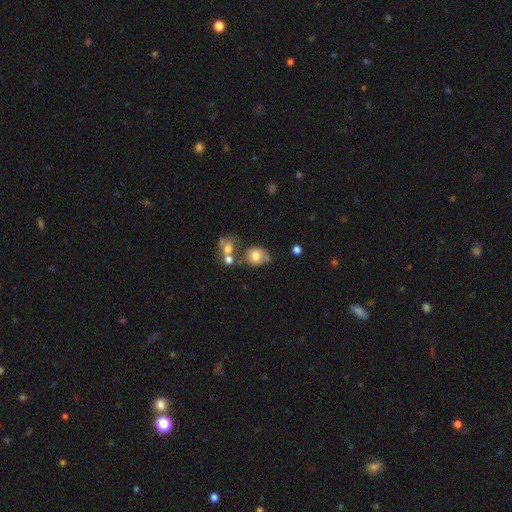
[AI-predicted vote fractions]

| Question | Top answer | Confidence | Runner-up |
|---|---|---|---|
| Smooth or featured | smooth | 69% | featured or disk (21%) |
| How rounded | round | 53% | in between (46%) |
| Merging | none | 36% | merger (28%) |